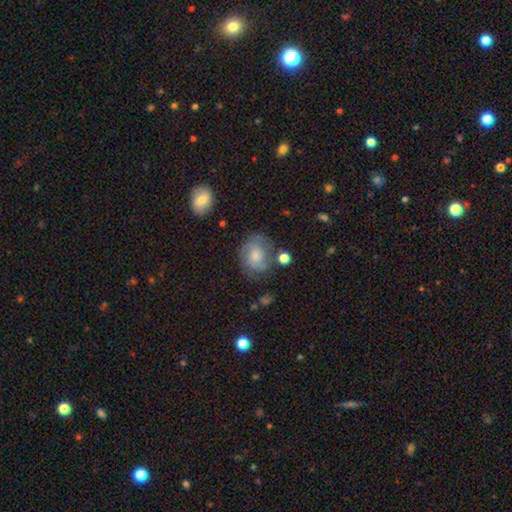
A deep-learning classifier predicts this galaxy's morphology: smooth-or-featured: featured or disk: 51% | smooth: 40% | star or artifact: 9%
  disk-edge-on: no: 97% | yes: 3%
  merging: none: 63% | minor disturbance: 21% | major disturbance: 11% | merger: 4%